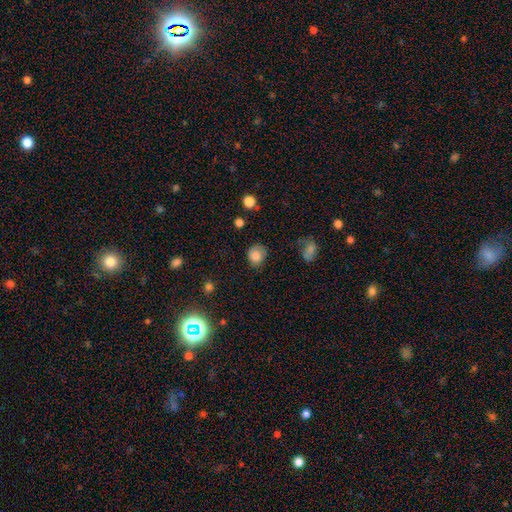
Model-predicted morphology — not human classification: The model was most divided on "merging": none: 61%, minor disturbance: 27%, major disturbance: 9%, merger: 2%. More confident: smooth or featured — smooth (81%); how rounded — round (70%).